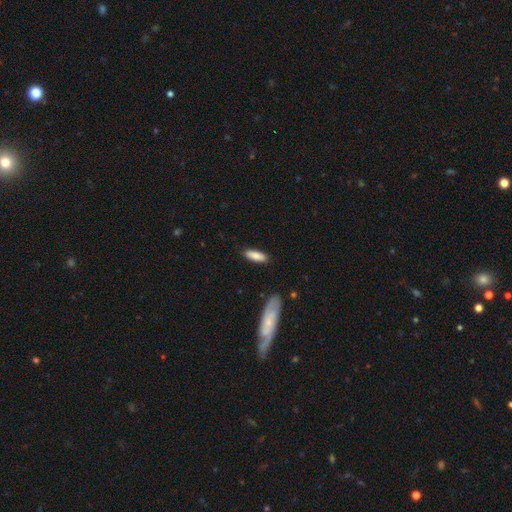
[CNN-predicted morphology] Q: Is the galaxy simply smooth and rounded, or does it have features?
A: smooth — 82%.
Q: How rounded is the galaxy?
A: in between — 54%.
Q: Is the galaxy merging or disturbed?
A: none — 85%.